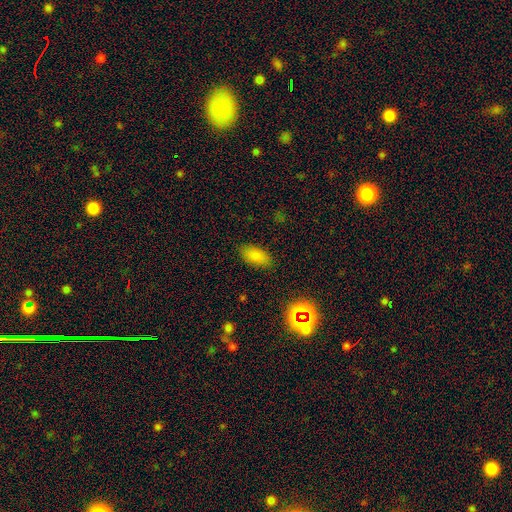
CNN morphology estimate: A smooth galaxy with no disk features (84%) that is in between round and cigar-shaped (91%). Merging: none (87%).